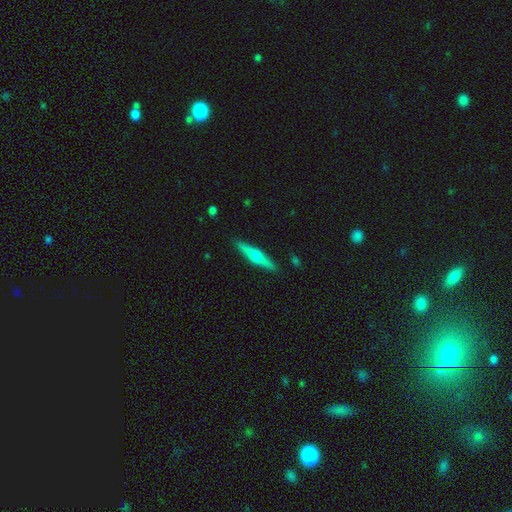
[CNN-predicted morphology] Overall: featured or disk (58%; smooth 36%). Edge-on disk: yes (97%). Edge-on bulge: rounded (91%). Merging: none (90%).